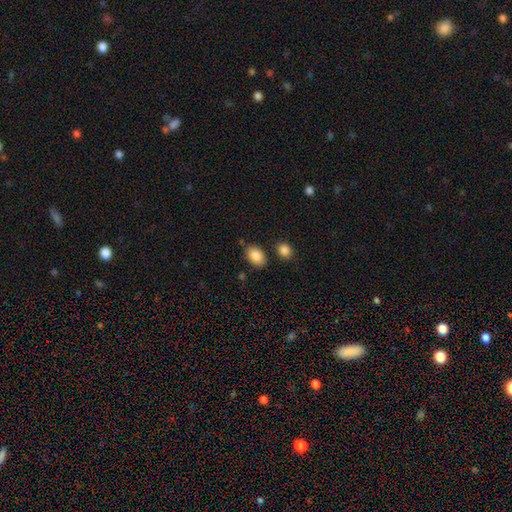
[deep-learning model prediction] smooth_or_featured: smooth (p=0.87) [alt: star or artifact p=0.07]
how_rounded: in between (p=0.83) [alt: round p=0.15]
merging: none (p=0.78) [alt: minor disturbance p=0.13]